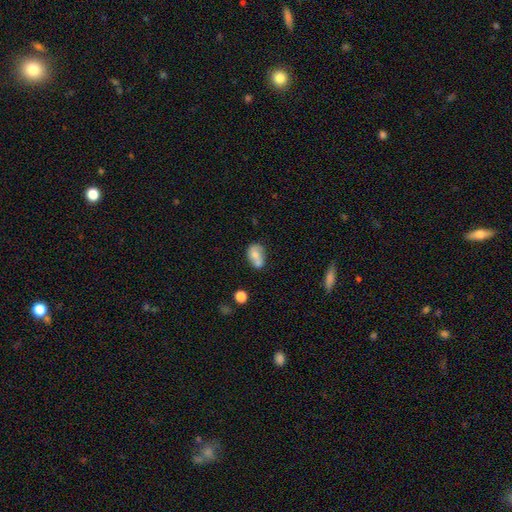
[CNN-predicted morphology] This appears to be a smooth galaxy with no disk features (61%) that is in between round and cigar-shaped (76%). Merging: merger (38%).